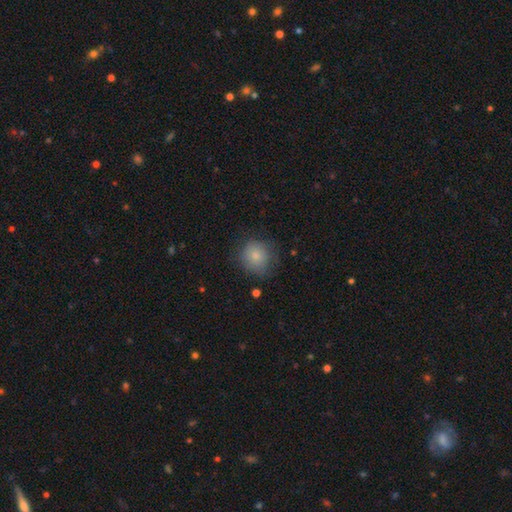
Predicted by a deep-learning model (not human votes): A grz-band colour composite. It shows a smooth galaxy with no disk features (81%) that is round (84%). Merging: none (71%).